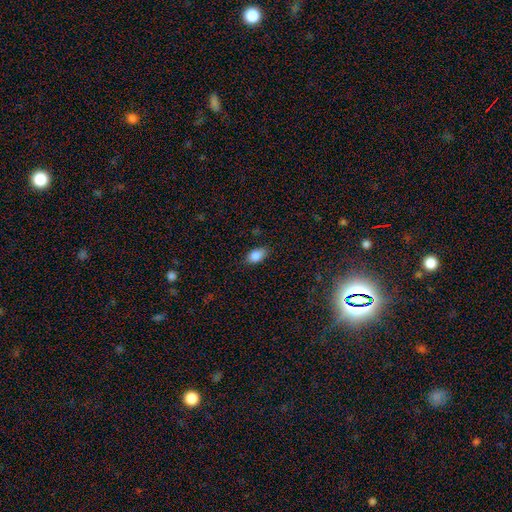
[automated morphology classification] Smooth or featured?
  - smooth: 86% *
  - star or artifact: 8%
  - featured or disk: 6%
How rounded?
  - in between: 89% *
  - round: 8%
  - cigar-shaped: 3%
Merging?
  - none: 83% *
  - minor disturbance: 13%
  - major disturbance: 3%
  - merger: 1%